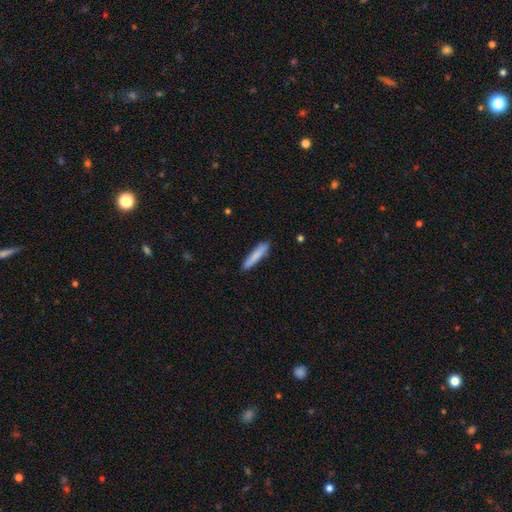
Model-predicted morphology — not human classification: Smooth or featured? Predicted: smooth (p=0.83). How rounded? Predicted: cigar-shaped (p=0.90). Merging? Predicted: none (p=0.87).